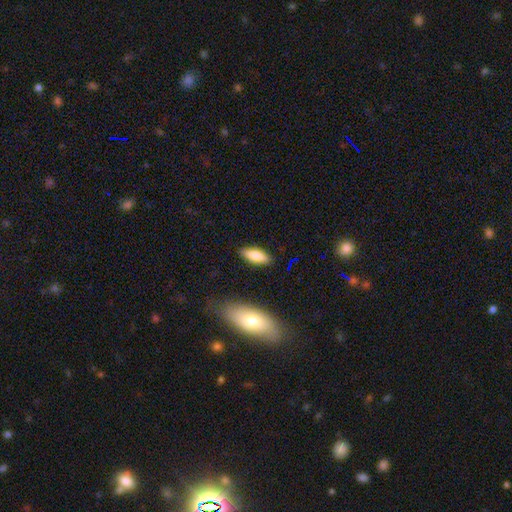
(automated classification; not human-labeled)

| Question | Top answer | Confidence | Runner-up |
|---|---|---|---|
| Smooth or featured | smooth | 78% | featured or disk (15%) |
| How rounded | in between | 66% | cigar-shaped (32%) |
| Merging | none | 84% | minor disturbance (12%) |